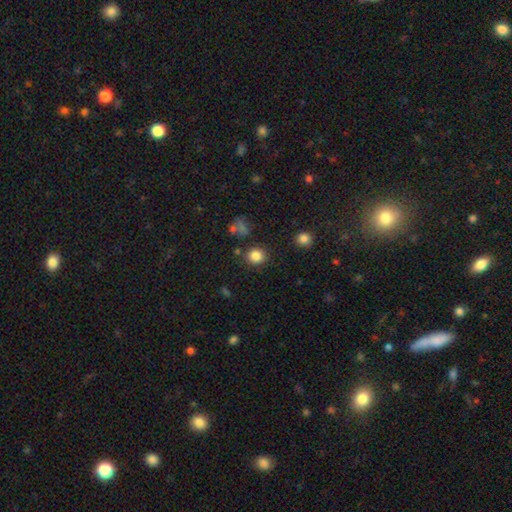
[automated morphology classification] smooth-or-featured: smooth: 84% | star or artifact: 12% | featured or disk: 5%
  how-rounded: round: 84% | in between: 15% | cigar-shaped: 1%
  merging: none: 84% | minor disturbance: 9% | merger: 4% | major disturbance: 3%